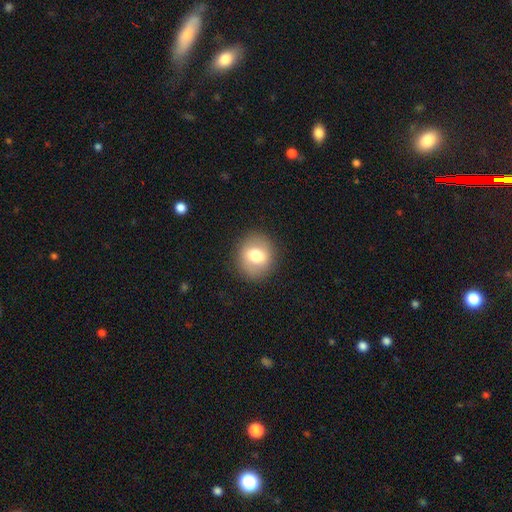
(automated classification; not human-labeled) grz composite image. It shows a smooth galaxy with no disk features (66%) that is round (74%). Merging: none (87%).